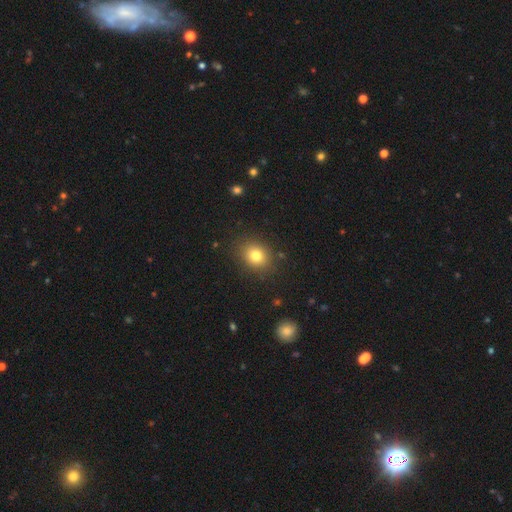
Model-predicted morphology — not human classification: Smooth or featured?
  - smooth: 79% *
  - star or artifact: 12%
  - featured or disk: 9%
How rounded?
  - round: 57% *
  - in between: 42%
  - cigar-shaped: 1%
Merging?
  - none: 86% *
  - minor disturbance: 9%
  - major disturbance: 3%
  - merger: 1%